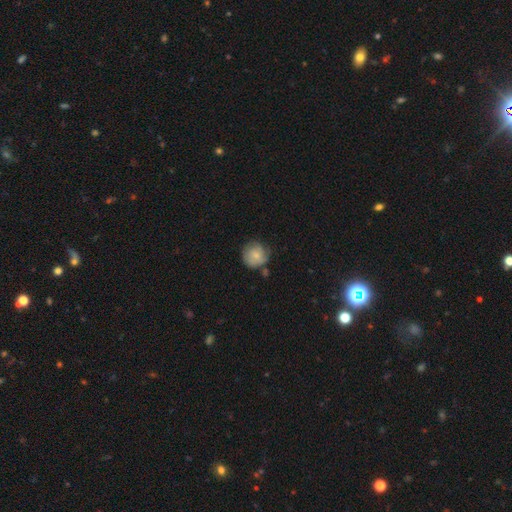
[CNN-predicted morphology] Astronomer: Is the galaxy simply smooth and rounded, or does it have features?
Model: smooth — 73%.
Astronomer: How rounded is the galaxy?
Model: round — 89%.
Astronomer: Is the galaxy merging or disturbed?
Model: none — 62%.